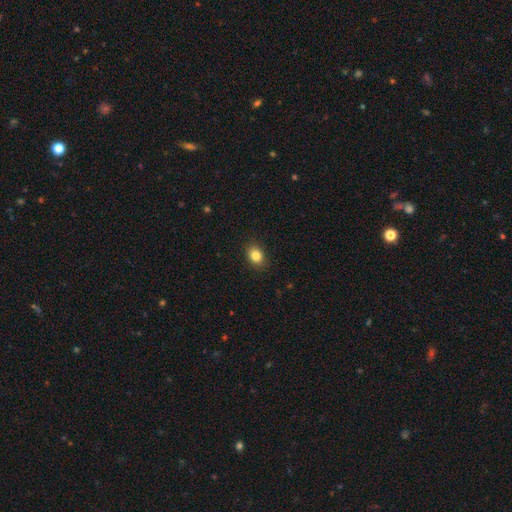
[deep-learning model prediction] Smooth or featured: smooth — 84% (star or artifact — 10%)
How rounded: in between — 56% (round — 43%)
Merging: none — 88% (minor disturbance — 9%)